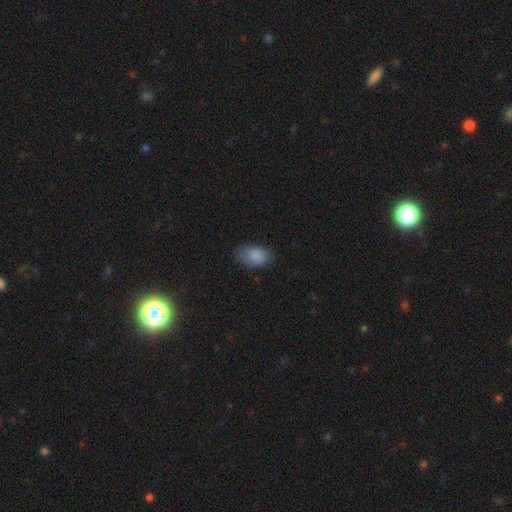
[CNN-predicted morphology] smooth_or_featured: smooth (p=0.86) [alt: star or artifact p=0.08]
how_rounded: in between (p=0.89) [alt: round p=0.09]
merging: none (p=0.71) [alt: minor disturbance p=0.22]